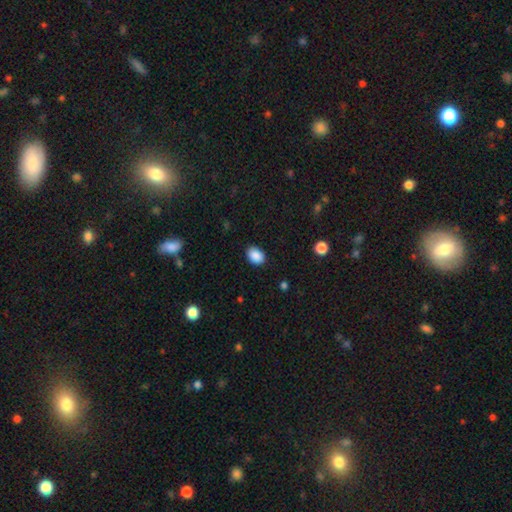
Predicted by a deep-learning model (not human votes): Q: Smooth or featured?
A: smooth (89%); runner-up: star or artifact (8%)
Q: How rounded?
A: in between (77%); runner-up: round (22%)
Q: Merging?
A: none (87%); runner-up: minor disturbance (10%)